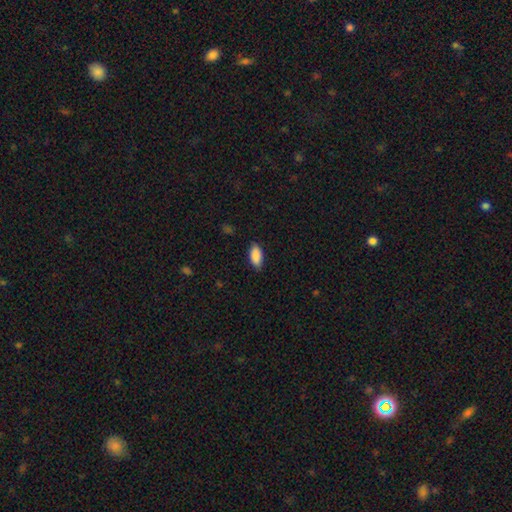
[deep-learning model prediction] The model was most divided on "merging": none: 87%, minor disturbance: 10%, major disturbance: 2%, merger: 1%. More confident: how rounded — in between (92%); smooth or featured — smooth (90%).